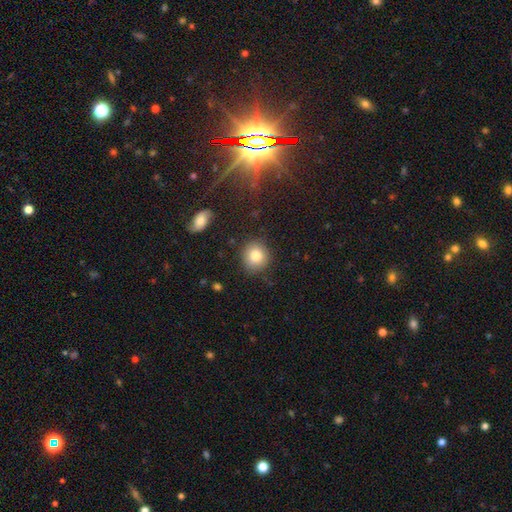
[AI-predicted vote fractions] Smooth or featured?
  - smooth: 81% *
  - star or artifact: 10%
  - featured or disk: 9%
How rounded?
  - round: 82% *
  - in between: 17%
  - cigar-shaped: 1%
Merging?
  - none: 86% *
  - minor disturbance: 9%
  - major disturbance: 2%
  - merger: 2%